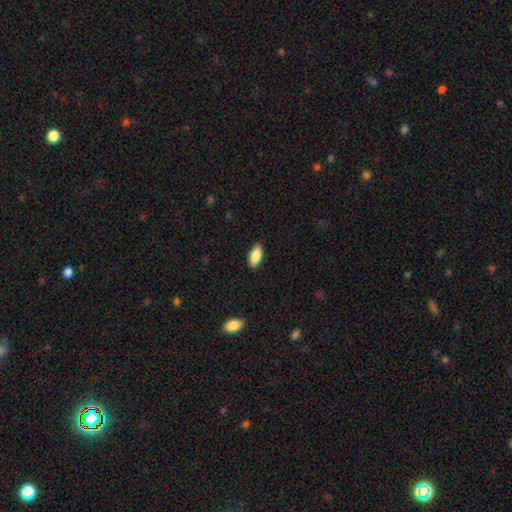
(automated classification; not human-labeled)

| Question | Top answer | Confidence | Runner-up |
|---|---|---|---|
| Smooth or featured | smooth | 88% | star or artifact (6%) |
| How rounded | in between | 90% | cigar-shaped (7%) |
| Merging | none | 88% | minor disturbance (9%) |